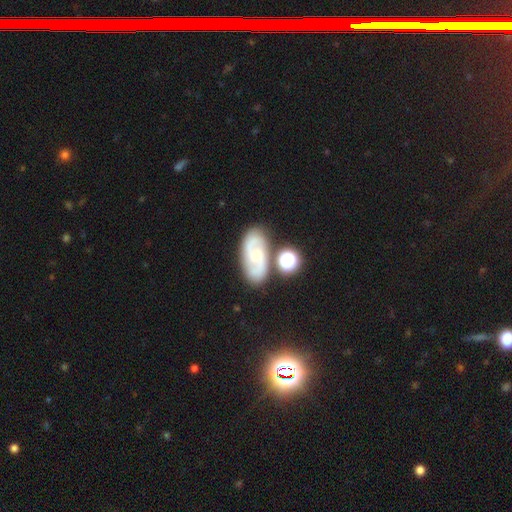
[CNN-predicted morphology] Overall: featured or disk (75%). Edge-on disk: no (96%). Bar: no (45%; weak 44%). Spiral arms: yes (95%). Spiral arm count: 2 (87%). Spiral winding: medium (52%; tight 29%). Bulge size: small (52%; moderate 23%). Merging: none (74%).